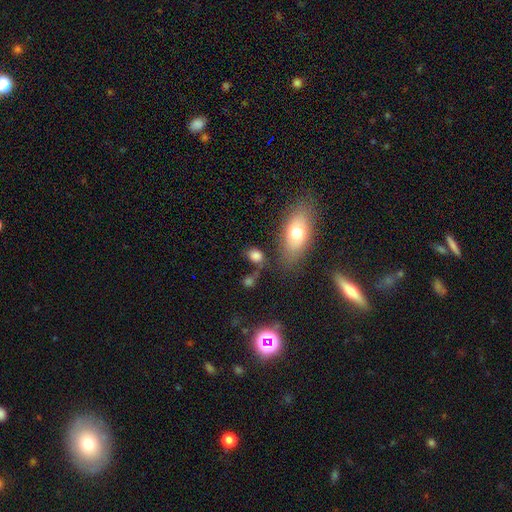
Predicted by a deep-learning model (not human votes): Overall: smooth (79%). How rounded: in between (63%; round 33%). Merging: none (63%).